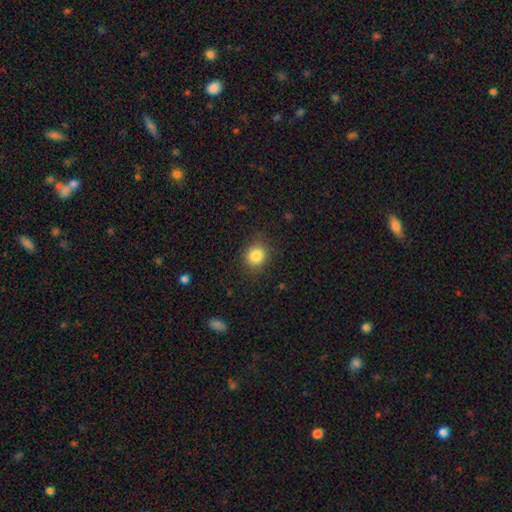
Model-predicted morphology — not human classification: Smooth or featured?
  - smooth: 84% *
  - star or artifact: 10%
  - featured or disk: 6%
How rounded?
  - round: 77% *
  - in between: 22%
  - cigar-shaped: 1%
Merging?
  - none: 85% *
  - minor disturbance: 11%
  - major disturbance: 3%
  - merger: 1%